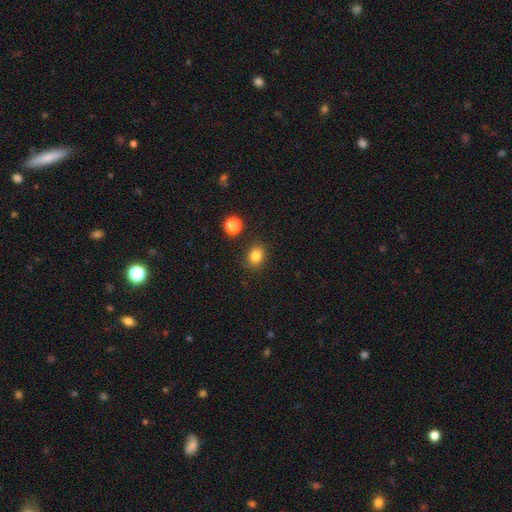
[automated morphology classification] Smooth or featured? Predicted: smooth (p=0.82). How rounded? Predicted: round (p=0.62). Merging? Predicted: none (p=0.83).